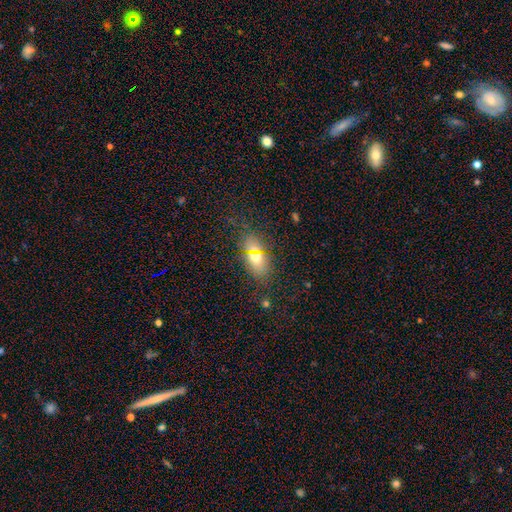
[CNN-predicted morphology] This appears to be a smooth galaxy with no disk features (64%) that is in between round and cigar-shaped (80%). Merging: none (79%).